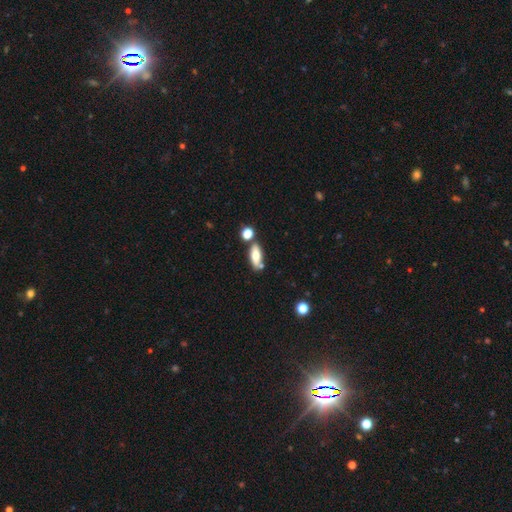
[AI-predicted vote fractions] Smooth or featured? Predicted: smooth (p=0.70). How rounded? Predicted: in between (p=0.76). Merging? Predicted: none (p=0.65).